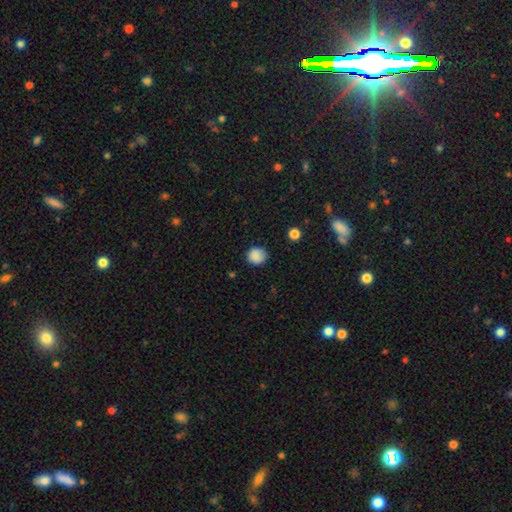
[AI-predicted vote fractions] Q: Smooth or featured?
A: smooth (87%); runner-up: star or artifact (9%)
Q: How rounded?
A: round (87%); runner-up: in between (12%)
Q: Merging?
A: none (83%); runner-up: minor disturbance (13%)